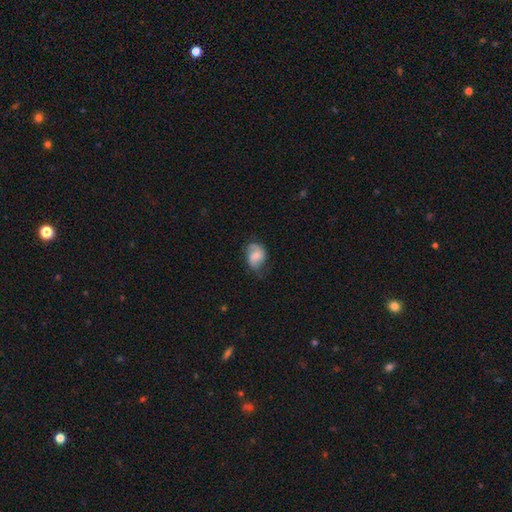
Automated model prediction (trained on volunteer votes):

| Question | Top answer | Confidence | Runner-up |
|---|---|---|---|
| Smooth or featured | featured or disk | 48% | smooth (45%) |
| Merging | none | 55% | minor disturbance (32%) |